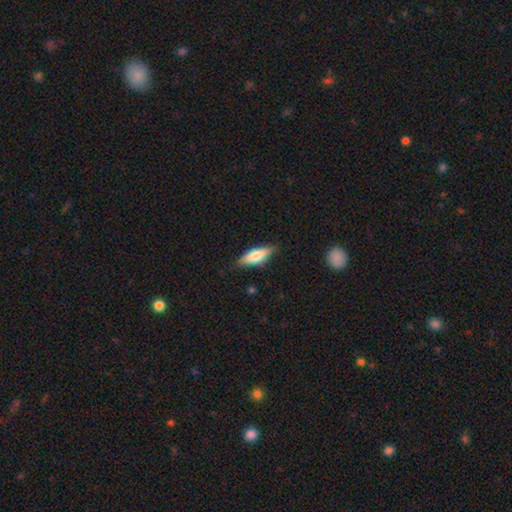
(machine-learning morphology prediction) This is likely a smooth galaxy (62%). How rounded: possibly in between (55%). Merging: clearly none (82%).